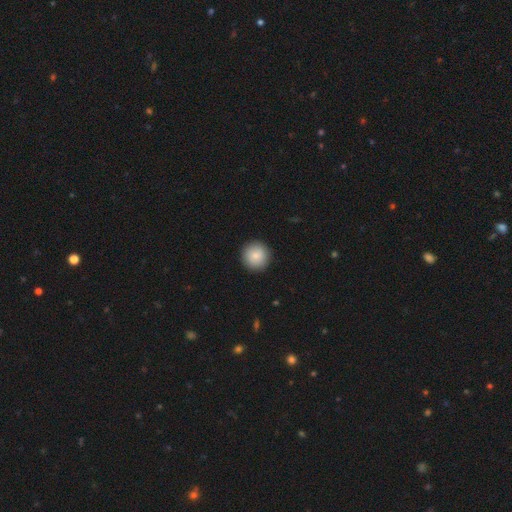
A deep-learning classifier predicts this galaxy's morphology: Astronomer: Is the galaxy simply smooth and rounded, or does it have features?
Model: smooth — 85%.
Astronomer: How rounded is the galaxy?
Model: round — 95%.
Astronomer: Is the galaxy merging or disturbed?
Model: none — 92%.